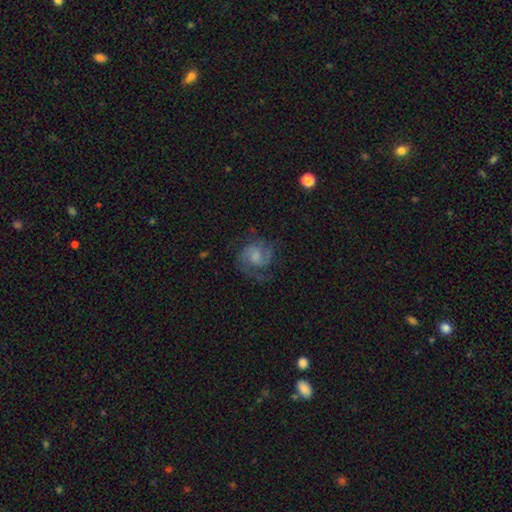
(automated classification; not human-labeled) featured or disk 74%, smooth 19%, star or artifact 8%. Down the decision tree: edge-on disk — no (98%); bar — no (48%); spiral arms — yes (94%); spiral arm count — 2 (70%); spiral winding — medium (52%); bulge size — small (31%); merging — none (65%).